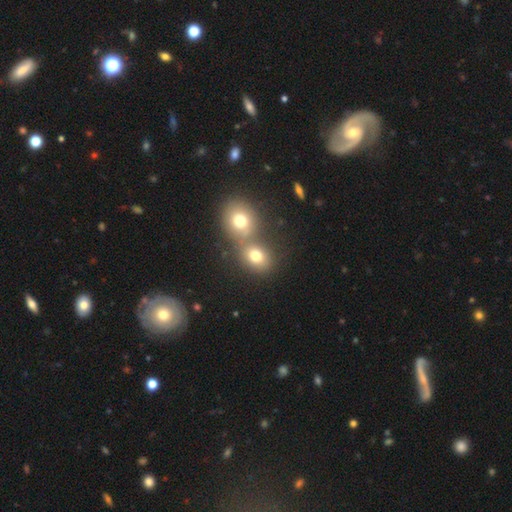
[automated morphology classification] This is likely a smooth galaxy (74%). How rounded: likely round (65%). Merging: possibly merger (49%).